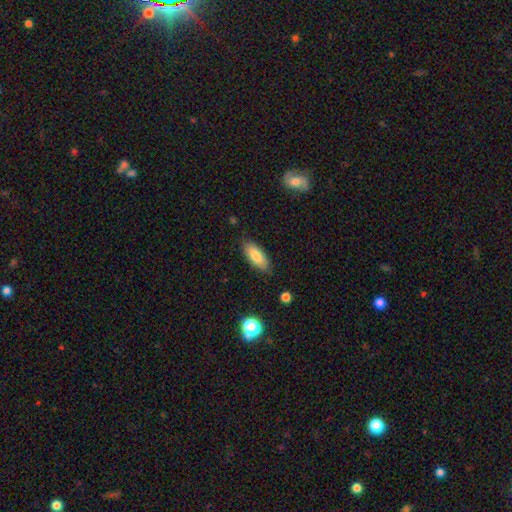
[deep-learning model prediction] Q: Smooth or featured?
A: smooth (82%); runner-up: featured or disk (11%)
Q: How rounded?
A: in between (76%); runner-up: cigar-shaped (22%)
Q: Merging?
A: none (85%); runner-up: minor disturbance (11%)